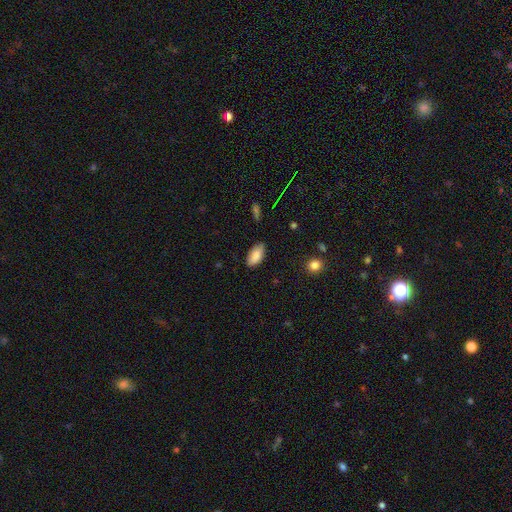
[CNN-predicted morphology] smooth_or_featured: smooth (p=0.87) [alt: star or artifact p=0.07]
how_rounded: in between (p=0.93) [alt: cigar-shaped p=0.05]
merging: none (p=0.81) [alt: minor disturbance p=0.15]